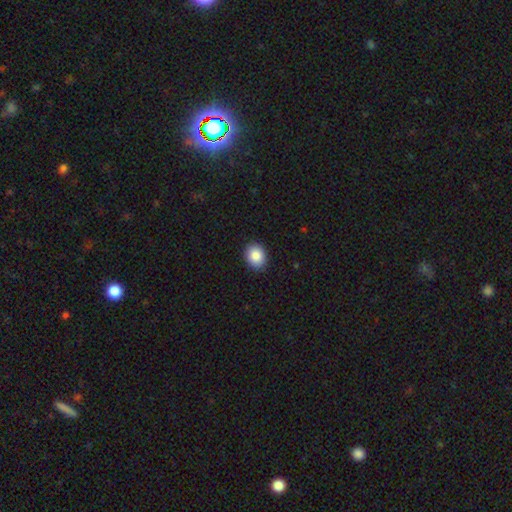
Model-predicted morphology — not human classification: The model was most divided on "how rounded": round: 50%, in between: 49%, cigar-shaped: 1%. More confident: merging — none (90%); smooth or featured — smooth (88%).